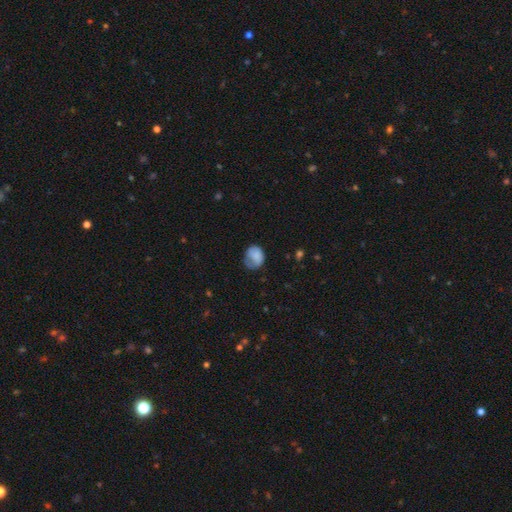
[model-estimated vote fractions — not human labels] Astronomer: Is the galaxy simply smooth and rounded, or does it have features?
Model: smooth — 76%.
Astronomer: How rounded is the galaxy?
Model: round — 55% (runner-up: in between, 44%).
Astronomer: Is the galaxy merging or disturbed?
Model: none — 42% (runner-up: minor disturbance, 34%).